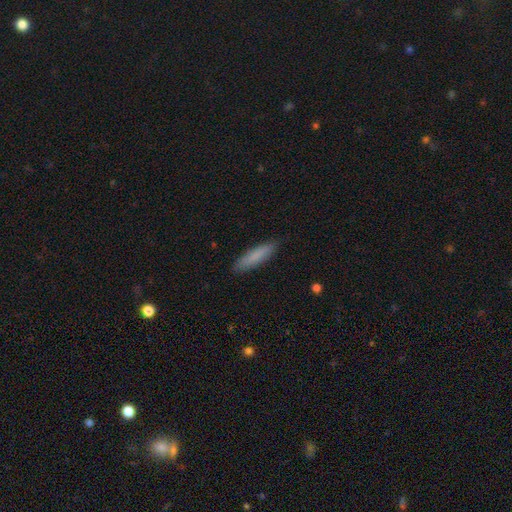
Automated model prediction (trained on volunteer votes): This appears to be a smooth galaxy with no disk features (82%) that is cigar-shaped (77%). Merging: none (88%).